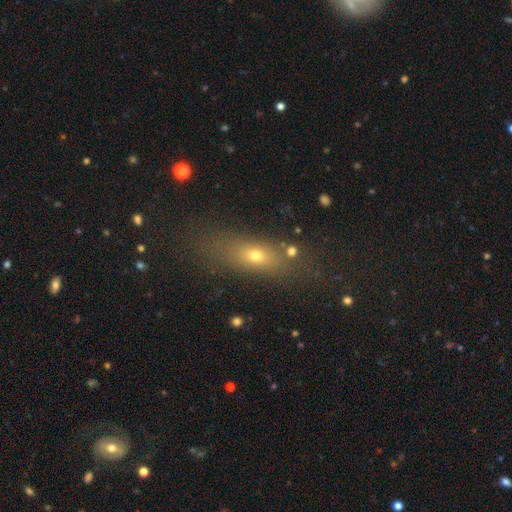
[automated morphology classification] The model was most divided on "how rounded": in between: 57%, cigar-shaped: 30%, round: 13%. More confident: merging — none (70%); smooth or featured — smooth (64%).